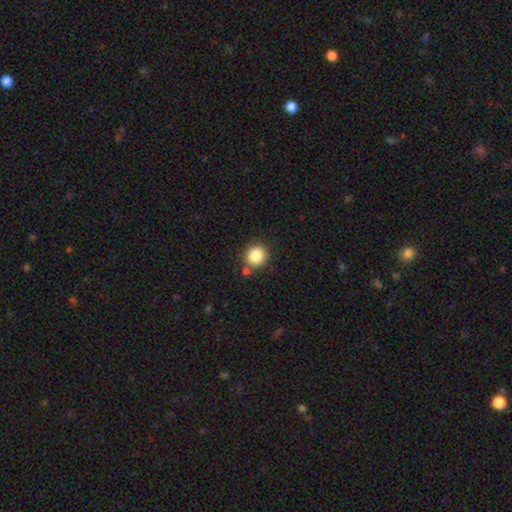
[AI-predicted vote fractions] This is clearly a smooth galaxy (84%). How rounded: clearly round (88%). Merging: likely none (77%).